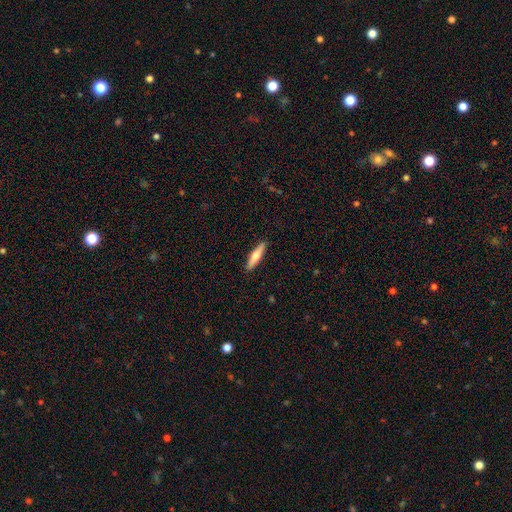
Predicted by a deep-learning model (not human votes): Smooth or featured: smooth — 63% (featured or disk — 32%)
How rounded: cigar-shaped — 80% (in between — 18%)
Merging: none — 90% (minor disturbance — 7%)